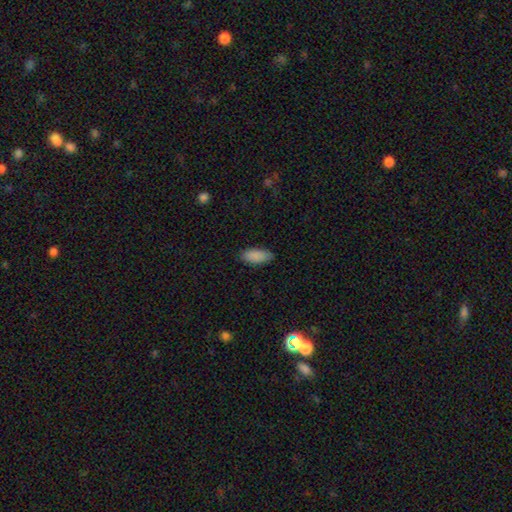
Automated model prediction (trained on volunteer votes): A smooth galaxy with no disk features (89%) that is in between round and cigar-shaped (87%).

Vote fractions:
- Smooth or featured? smooth: 89% / star or artifact: 7% / featured or disk: 4%
- How rounded? in between: 87% / cigar-shaped: 11% / round: 2%
- Merging? none: 86% / minor disturbance: 11% / major disturbance: 2% / merger: 1%